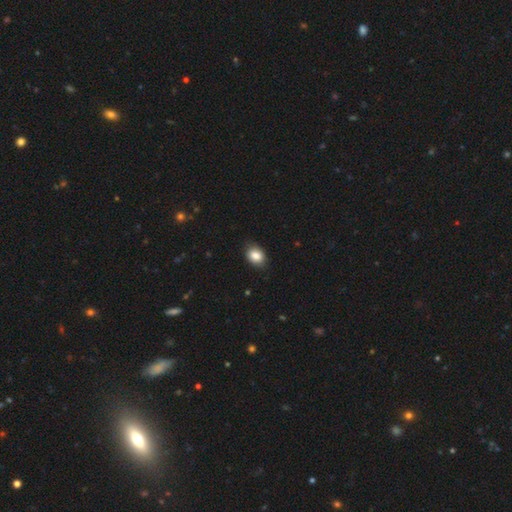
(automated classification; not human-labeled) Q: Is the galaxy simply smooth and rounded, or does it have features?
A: smooth — 86%.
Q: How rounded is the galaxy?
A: in between — 71%.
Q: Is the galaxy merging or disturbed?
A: none — 85%.